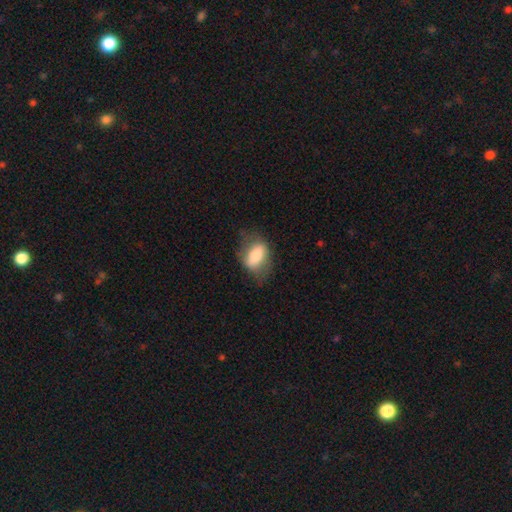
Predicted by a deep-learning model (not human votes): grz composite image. It shows a smooth galaxy with no disk features (67%) that is in between round and cigar-shaped (83%). Merging: none (63%).